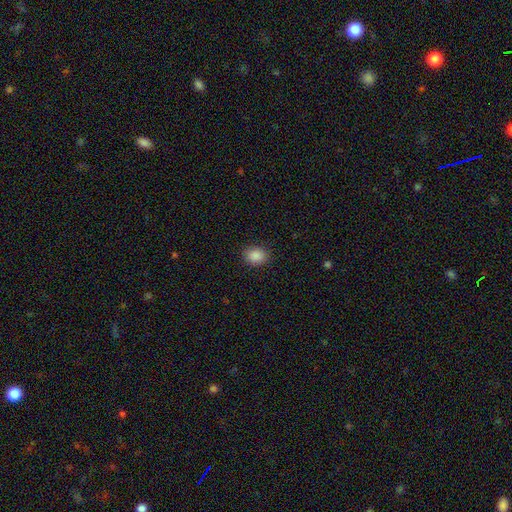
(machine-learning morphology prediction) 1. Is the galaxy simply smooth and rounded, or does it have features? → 88% smooth, 9% star or artifact, 3% featured or disk.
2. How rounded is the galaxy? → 52% round, 47% in between, 1% cigar-shaped.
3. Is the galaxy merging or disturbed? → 88% none, 9% minor disturbance, 2% major disturbance, 1% merger.